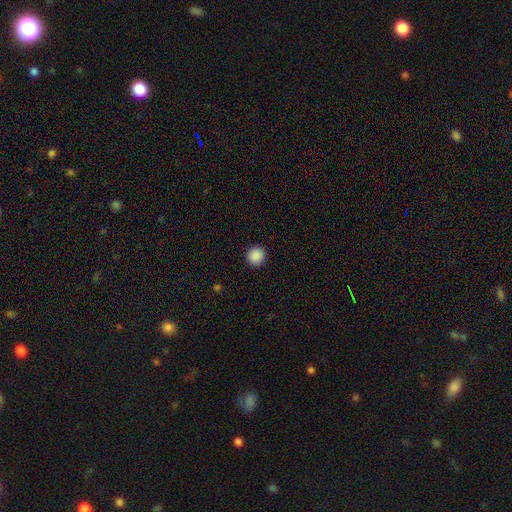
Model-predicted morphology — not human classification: This appears to be a smooth galaxy with no disk features (89%) that is round (95%). Merging: none (93%).